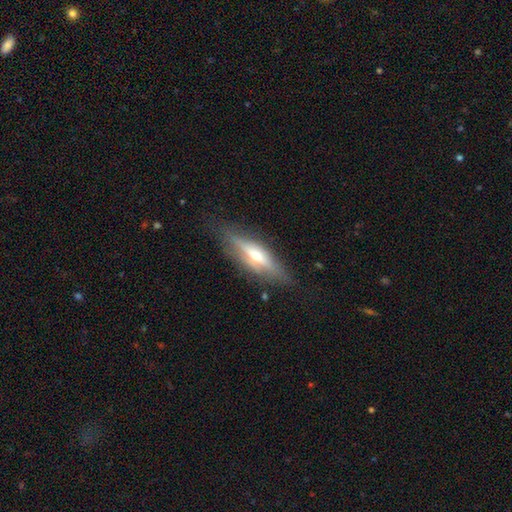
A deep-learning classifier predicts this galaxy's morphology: This appears to be a featured or disk galaxy (64%) viewed edge-on (91%) with a rounded central bulge (85%). Merging: none (80%).